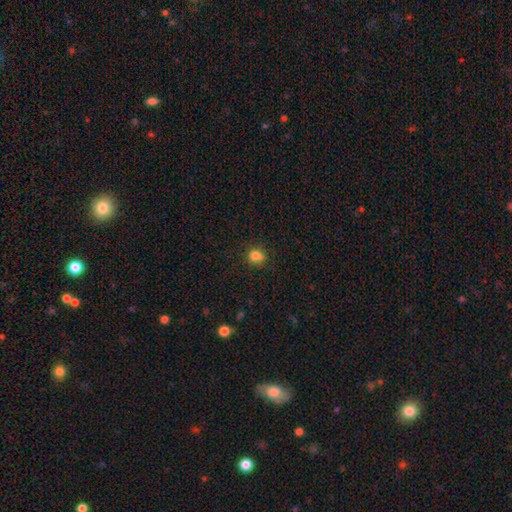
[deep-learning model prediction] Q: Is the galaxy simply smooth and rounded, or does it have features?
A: smooth — 83%.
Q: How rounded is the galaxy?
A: round — 65%.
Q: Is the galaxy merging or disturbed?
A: none — 82%.